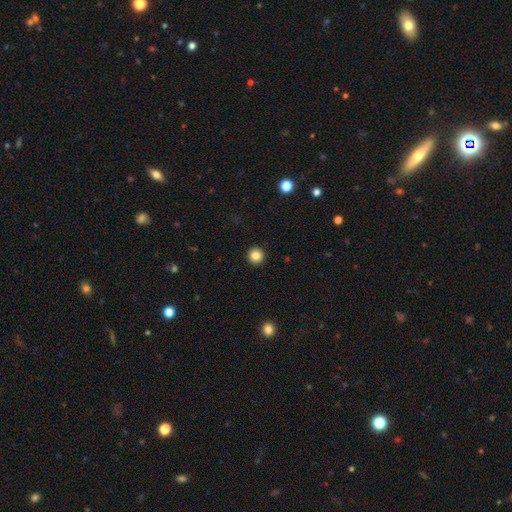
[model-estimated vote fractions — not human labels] Morphology: type=smooth (85%); roundness=round (96%); merging=none (93%).